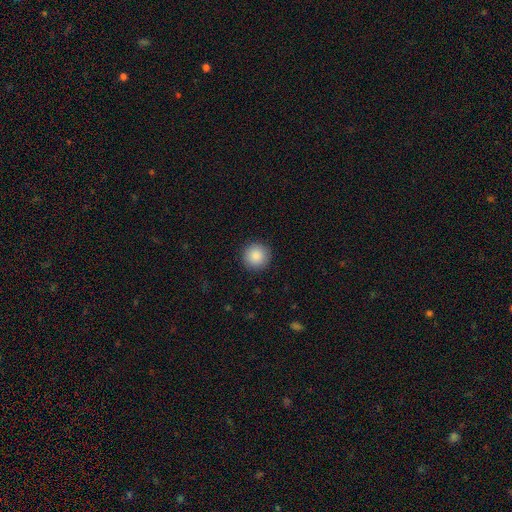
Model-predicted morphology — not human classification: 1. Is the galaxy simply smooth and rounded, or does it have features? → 88% smooth, 8% star or artifact, 4% featured or disk.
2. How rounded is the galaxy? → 96% round, 3% in between, 1% cigar-shaped.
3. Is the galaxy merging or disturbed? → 92% none, 5% minor disturbance, 2% major disturbance, 1% merger.